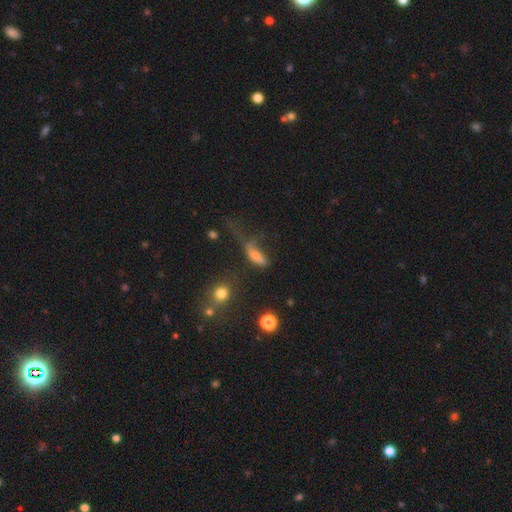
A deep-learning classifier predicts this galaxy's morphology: smooth-or-featured: smooth: 66% | featured or disk: 20% | star or artifact: 14%
  how-rounded: in between: 53% | cigar-shaped: 41% | round: 7%
  merging: major disturbance: 48% | none: 23% | minor disturbance: 19% | merger: 10%